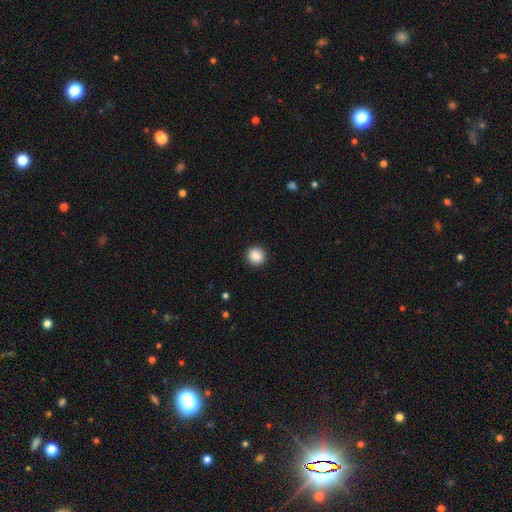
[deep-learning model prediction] Smooth or featured? Predicted: smooth (p=0.88). How rounded? Predicted: round (p=0.92). Merging? Predicted: none (p=0.92).